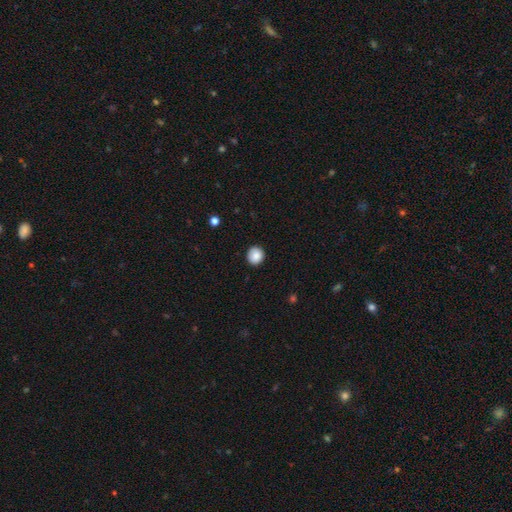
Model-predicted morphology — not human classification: The model was most divided on "how rounded": round: 88%, in between: 12%, cigar-shaped: 1%. More confident: merging — none (90%); smooth or featured — smooth (87%).